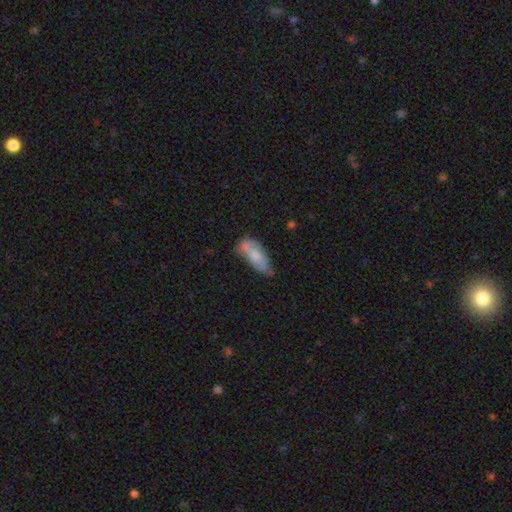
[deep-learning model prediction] Smooth or featured? Predicted: smooth (p=0.65). How rounded? Predicted: in between (p=0.81). Merging? Predicted: none (p=0.40).